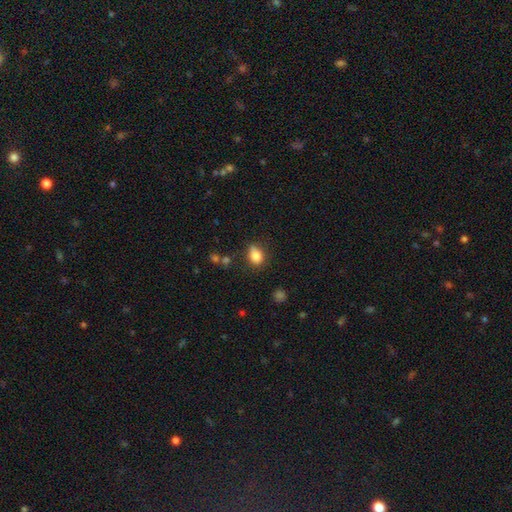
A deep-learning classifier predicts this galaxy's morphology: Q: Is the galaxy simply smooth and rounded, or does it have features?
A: smooth — 83%.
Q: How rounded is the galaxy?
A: in between — 60%.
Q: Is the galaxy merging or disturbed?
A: none — 62%.